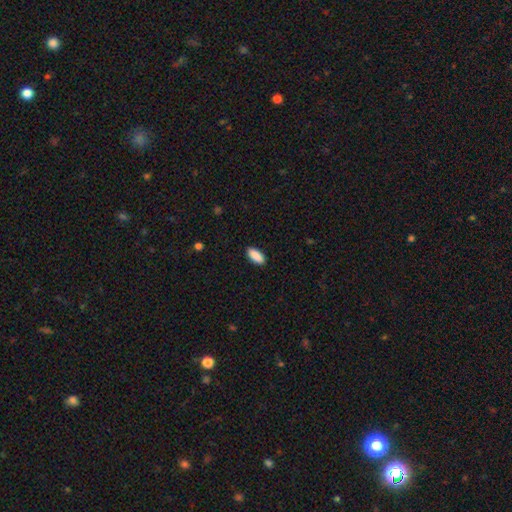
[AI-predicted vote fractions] smooth-or-featured: smooth: 90% | star or artifact: 6% | featured or disk: 4%
  how-rounded: in between: 85% | cigar-shaped: 13% | round: 2%
  merging: none: 90% | minor disturbance: 7% | major disturbance: 2% | merger: 1%